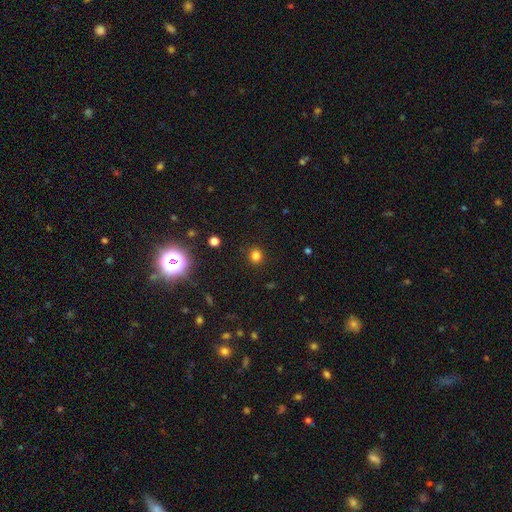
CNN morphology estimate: type=smooth (80%); roundness=round (85%); merging=none (89%).